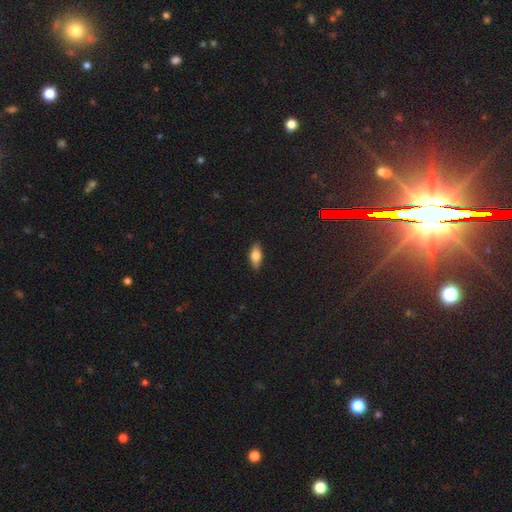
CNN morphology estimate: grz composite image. It shows a smooth galaxy with no disk features (72%) that is in between round and cigar-shaped (82%). Merging: none (88%).